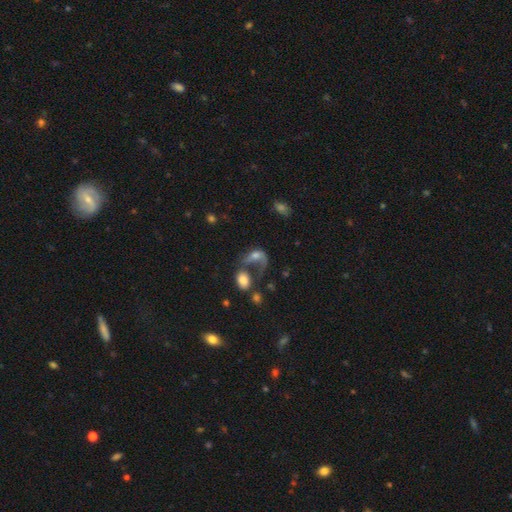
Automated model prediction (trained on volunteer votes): Smooth or featured?
  - smooth: 46% *
  - featured or disk: 42%
  - star or artifact: 12%
Merging?
  - merger: 37% * (tied)
  - major disturbance: 37% * (tied)
  - none: 16%
  - minor disturbance: 10%